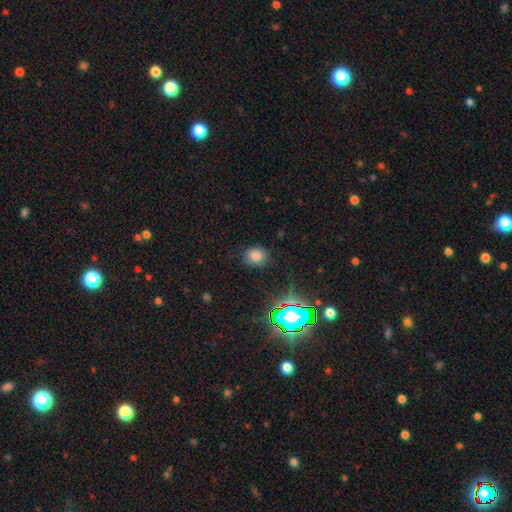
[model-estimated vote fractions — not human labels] A smooth galaxy with no disk features (74%) that is round (60%).

Vote fractions:
- Smooth or featured? smooth: 74% / star or artifact: 19% / featured or disk: 7%
- How rounded? round: 60% / in between: 39% / cigar-shaped: 1%
- Merging? none: 82% / minor disturbance: 13% / major disturbance: 4% / merger: 2%